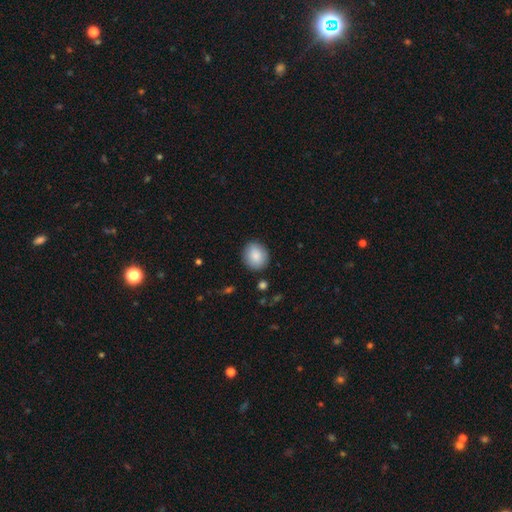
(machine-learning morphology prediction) A smooth galaxy with no disk features (87%) that is round (76%).

Vote fractions:
- Smooth or featured? smooth: 87% / star or artifact: 7% / featured or disk: 6%
- How rounded? round: 76% / in between: 23% / cigar-shaped: 1%
- Merging? none: 88% / minor disturbance: 8% / major disturbance: 2% / merger: 1%